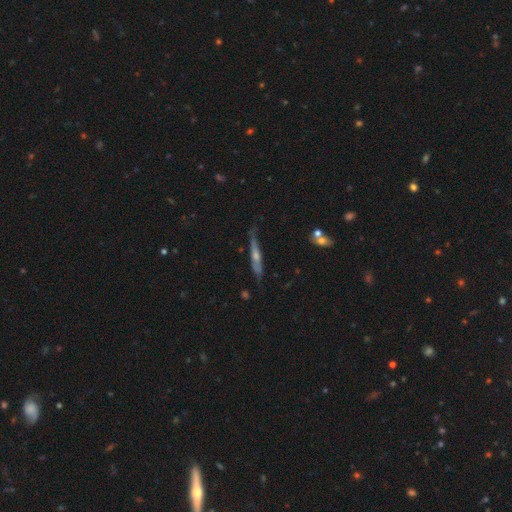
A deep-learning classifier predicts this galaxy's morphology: The model was most divided on "smooth or featured": featured or disk: 66%, smooth: 26%, star or artifact: 8%. More confident: edge-on disk — yes (88%); edge-on bulge — rounded (70%); merging — none (70%).